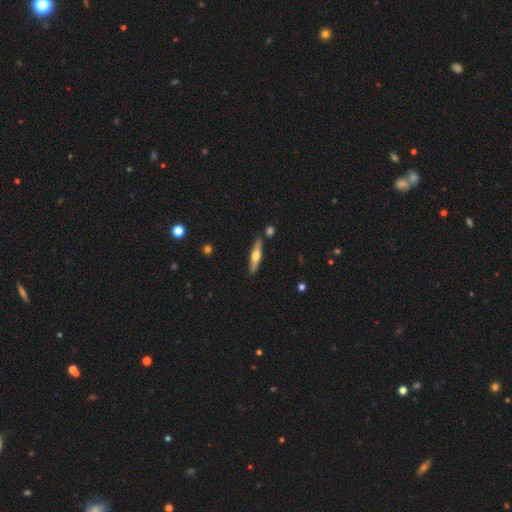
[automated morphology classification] Smooth or featured: featured or disk — 54% (smooth — 41%)
Edge-on disk: yes — 93% (no — 7%)
Edge-on bulge: rounded — 92% (none — 4%)
Merging: none — 84% (minor disturbance — 10%)